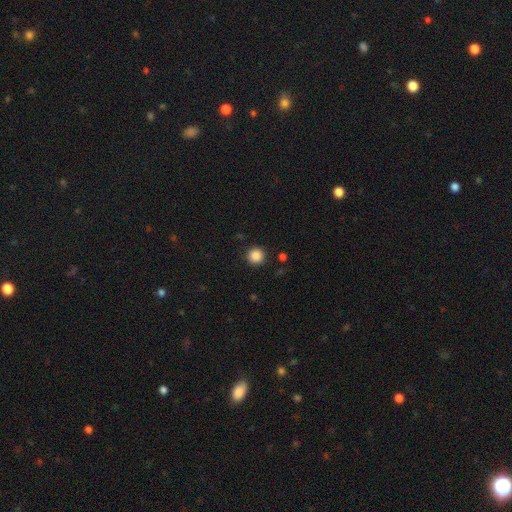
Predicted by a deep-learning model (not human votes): smooth 87%, star or artifact 11%, featured or disk 3%. Down the decision tree: how rounded — round (95%); merging — none (91%).